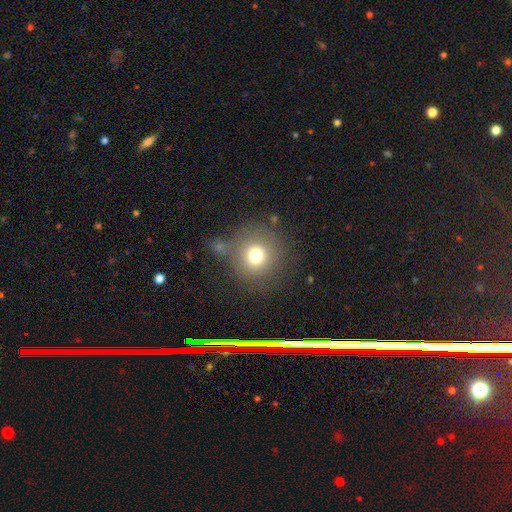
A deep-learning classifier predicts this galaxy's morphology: smooth 73%, star or artifact 14%, featured or disk 13%. Down the decision tree: how rounded — round (93%); merging — none (69%).